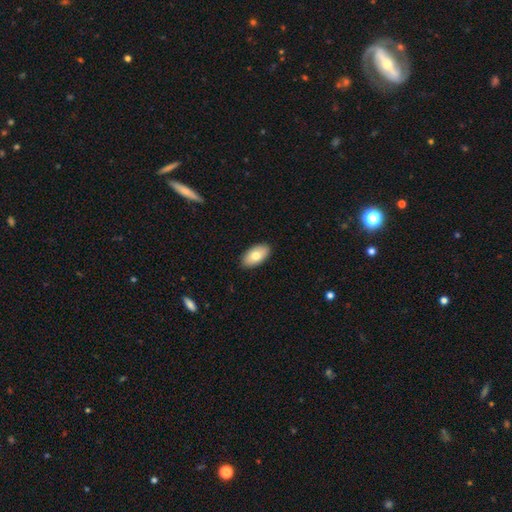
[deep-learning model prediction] Morphology: type=smooth (76%); roundness=in between (95%); merging=none (90%).